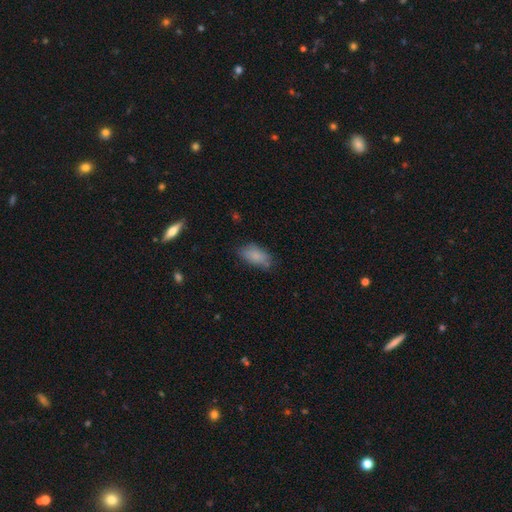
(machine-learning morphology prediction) Smooth or featured? smooth (82%)
How rounded? in between (90%)
Merging? none (68%)